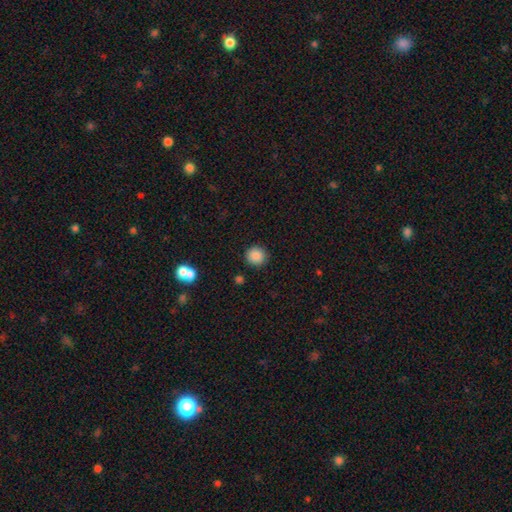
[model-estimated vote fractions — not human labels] smooth_or_featured: smooth (p=0.87) [alt: star or artifact p=0.09]
how_rounded: round (p=0.91) [alt: in between p=0.08]
merging: none (p=0.89) [alt: minor disturbance p=0.06]